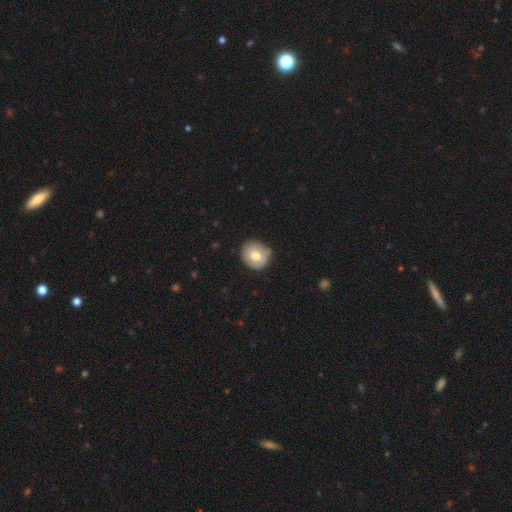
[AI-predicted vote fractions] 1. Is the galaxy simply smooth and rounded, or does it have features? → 69% smooth, 24% featured or disk, 7% star or artifact.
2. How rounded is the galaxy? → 82% round, 17% in between, 1% cigar-shaped.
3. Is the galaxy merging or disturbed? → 70% none, 23% minor disturbance, 4% major disturbance, 2% merger.